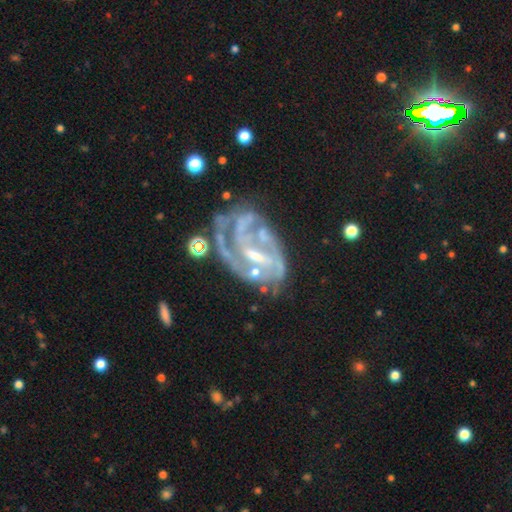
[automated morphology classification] Smooth or featured? featured or disk (83%)
Edge-on disk? no (97%)
Bar? weak (43%)
Spiral arms? yes (84%)
Spiral winding? tight (47%)
Spiral arm count? can't tell (35%)
Bulge size? small (44%)
Merging? none (41%)